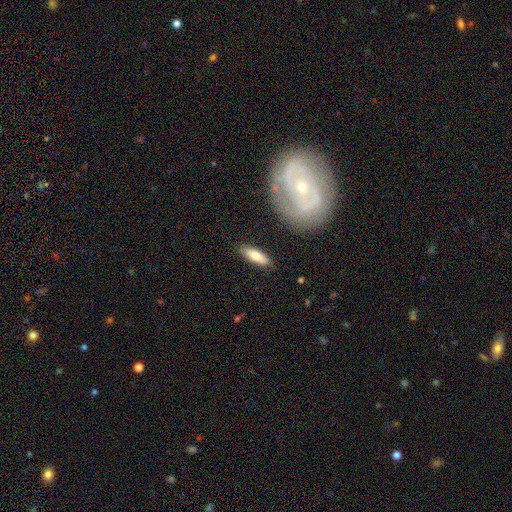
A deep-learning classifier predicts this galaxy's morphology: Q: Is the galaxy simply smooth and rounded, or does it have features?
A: smooth — 77%.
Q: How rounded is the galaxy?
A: cigar-shaped — 49%, tied with in between.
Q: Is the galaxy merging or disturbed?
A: none — 85%.